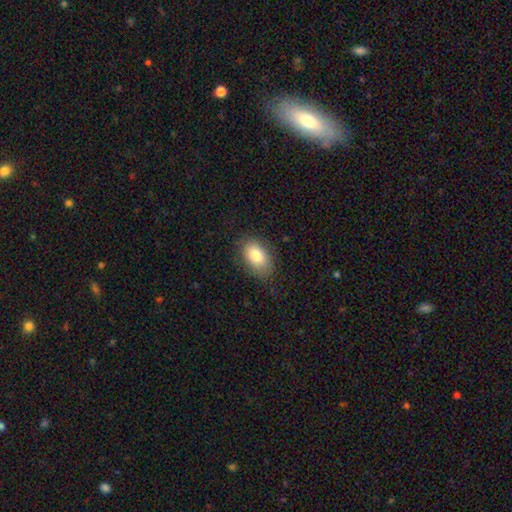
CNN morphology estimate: smooth_or_featured: smooth (p=0.81) [alt: featured or disk p=0.11]
how_rounded: in between (p=0.89) [alt: round p=0.09]
merging: none (p=0.81) [alt: minor disturbance p=0.14]